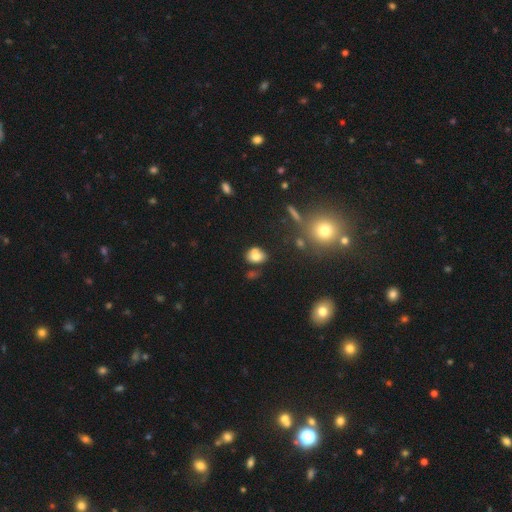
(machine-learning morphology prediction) Smooth or featured? smooth (71%)
How rounded? in between (56%)
Merging? none (50%)